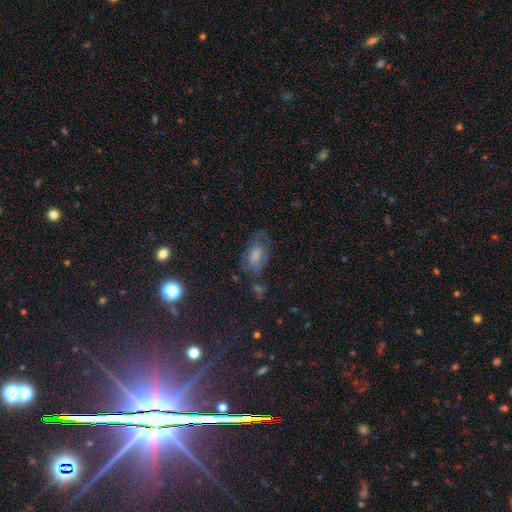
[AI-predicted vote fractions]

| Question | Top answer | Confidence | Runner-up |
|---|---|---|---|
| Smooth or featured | smooth | 54% | featured or disk (29%) |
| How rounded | in between | 88% | round (9%) |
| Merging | none | 51% | minor disturbance (26%) |